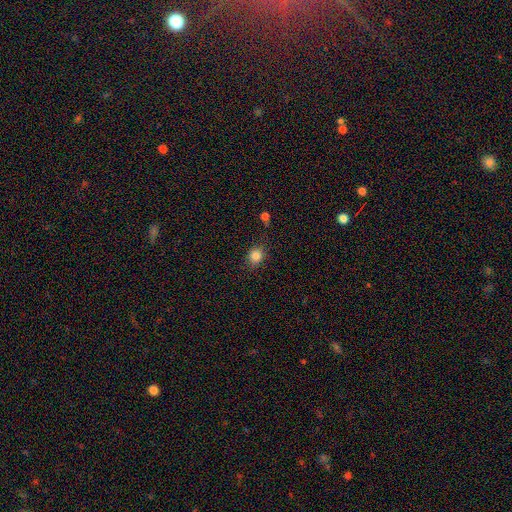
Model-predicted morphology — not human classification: Q: Smooth or featured?
A: smooth (84%); runner-up: star or artifact (11%)
Q: How rounded?
A: round (69%); runner-up: in between (30%)
Q: Merging?
A: none (81%); runner-up: minor disturbance (13%)